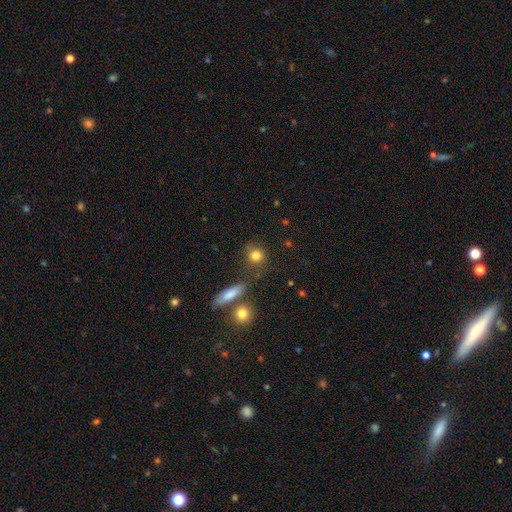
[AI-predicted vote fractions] A smooth galaxy with no disk features (81%) that is round (81%). Merging: none (74%).